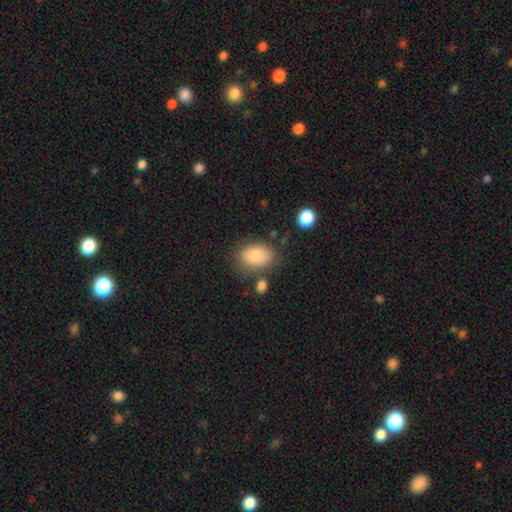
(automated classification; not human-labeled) This appears to be a smooth galaxy with no disk features (82%) that is in between round and cigar-shaped (82%). Merging: none (71%).